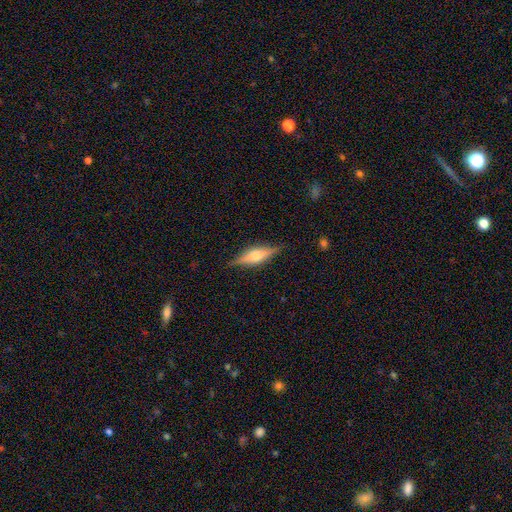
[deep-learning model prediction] Smooth or featured: featured or disk — 60% (smooth — 33%)
Edge-on disk: yes — 95% (no — 5%)
Edge-on bulge: rounded — 79% (boxy — 17%)
Merging: none — 85% (minor disturbance — 12%)